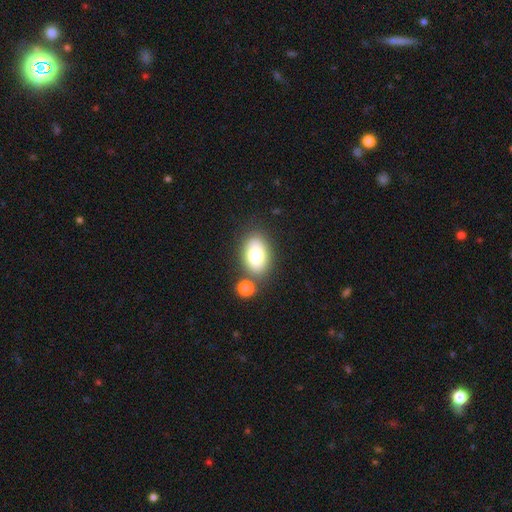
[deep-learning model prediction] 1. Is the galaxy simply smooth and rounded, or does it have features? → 75% smooth, 16% featured or disk, 9% star or artifact.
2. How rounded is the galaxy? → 87% in between, 11% round, 2% cigar-shaped.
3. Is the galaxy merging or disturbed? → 71% none, 14% merger, 12% minor disturbance, 4% major disturbance.